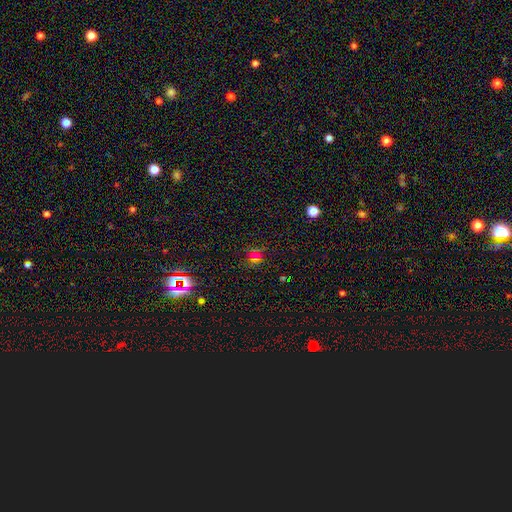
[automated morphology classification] A smooth galaxy with no disk features (63%) that is round (85%).

Vote fractions:
- Smooth or featured? smooth: 63% / star or artifact: 30% / featured or disk: 7%
- How rounded? round: 85% / in between: 13% / cigar-shaped: 1%
- Merging? none: 77% / minor disturbance: 14% / major disturbance: 5% / merger: 4%